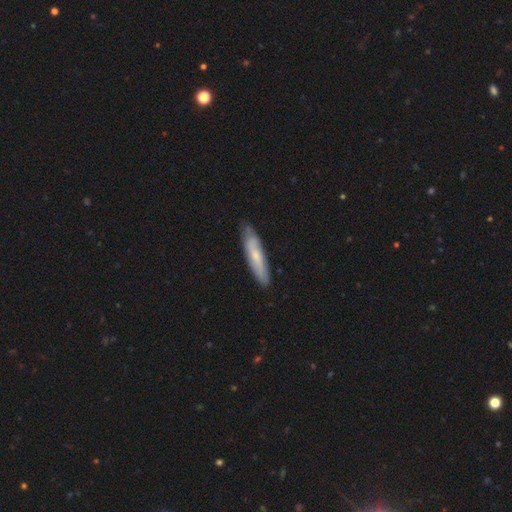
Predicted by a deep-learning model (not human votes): This appears to be a smooth galaxy with no disk features (60%) that is cigar-shaped (83%). Merging: none (82%).